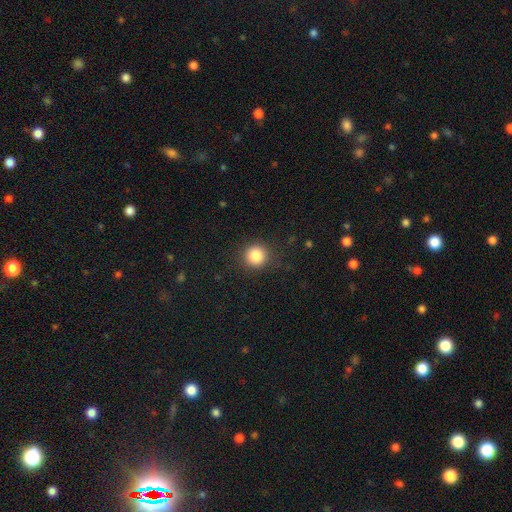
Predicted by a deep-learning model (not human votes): Smooth or featured: smooth — 85% (star or artifact — 10%)
How rounded: round — 93% (in between — 6%)
Merging: none — 89% (minor disturbance — 7%)